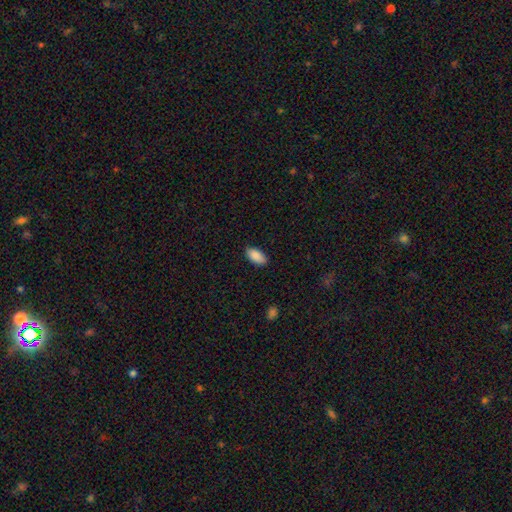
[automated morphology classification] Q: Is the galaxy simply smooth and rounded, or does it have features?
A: smooth — 89%.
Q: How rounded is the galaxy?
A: in between — 93%.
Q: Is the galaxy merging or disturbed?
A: none — 85%.